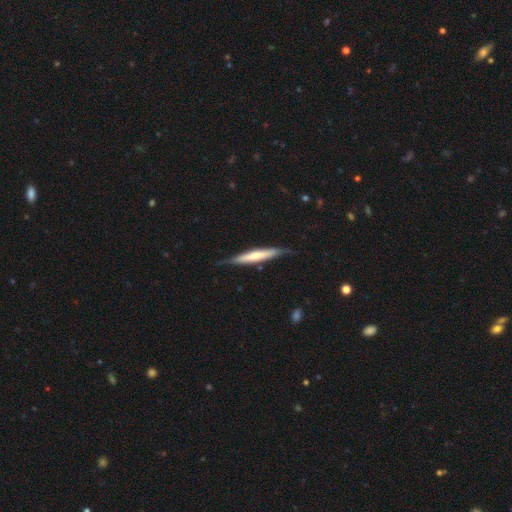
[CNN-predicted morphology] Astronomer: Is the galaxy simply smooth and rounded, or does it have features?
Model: featured or disk — 50% (runner-up: smooth, 44%).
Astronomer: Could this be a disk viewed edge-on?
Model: yes — 91%.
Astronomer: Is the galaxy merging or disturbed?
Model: none — 76%.